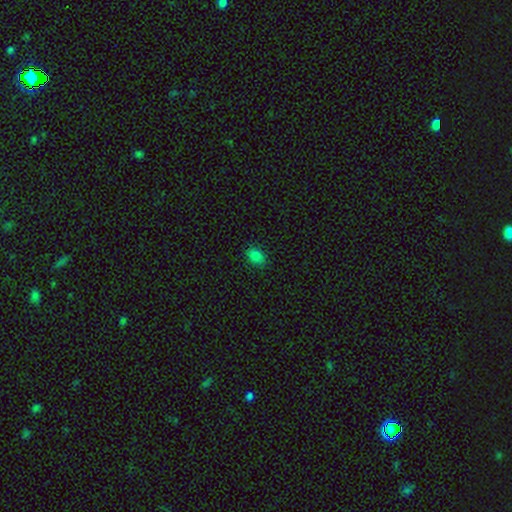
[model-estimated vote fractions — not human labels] Overall: smooth (83%). How rounded: in between (75%). Merging: none (87%).